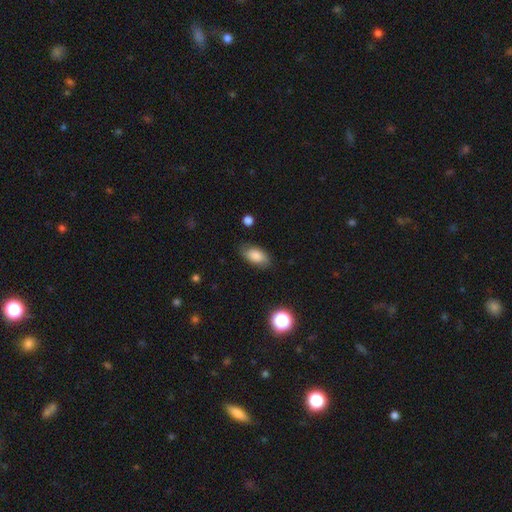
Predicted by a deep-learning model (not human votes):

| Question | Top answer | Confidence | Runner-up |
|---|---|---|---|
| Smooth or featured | smooth | 79% | featured or disk (13%) |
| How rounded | in between | 92% | round (5%) |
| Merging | none | 77% | minor disturbance (17%) |